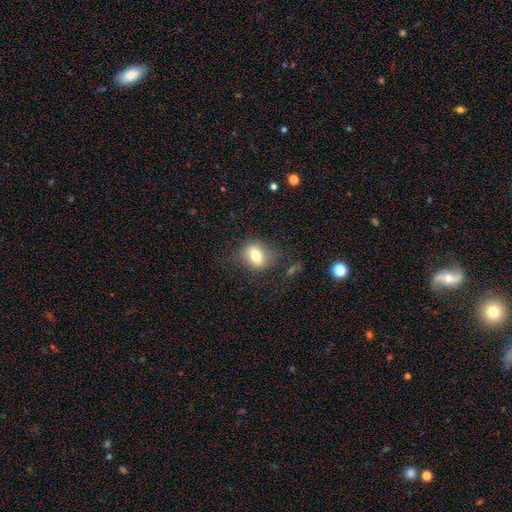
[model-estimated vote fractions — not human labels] smooth 69%, featured or disk 21%, star or artifact 10%. Down the decision tree: how rounded — in between (60%); merging — none (75%).